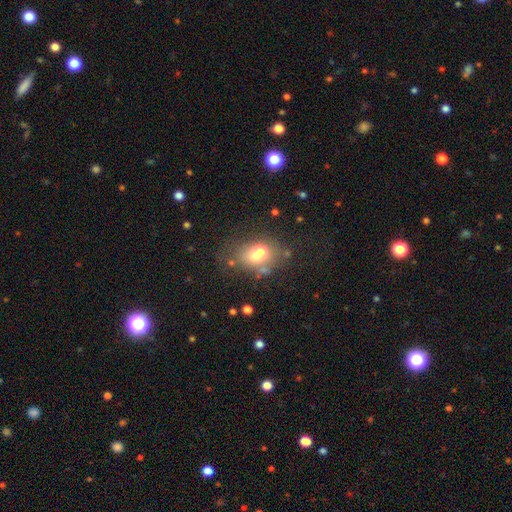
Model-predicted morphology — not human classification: Smooth or featured?
  - smooth: 65% *
  - featured or disk: 22%
  - star or artifact: 14%
How rounded?
  - in between: 65% *
  - round: 34%
  - cigar-shaped: 1%
Merging?
  - none: 44% *
  - merger: 21%
  - minor disturbance: 21%
  - major disturbance: 14%